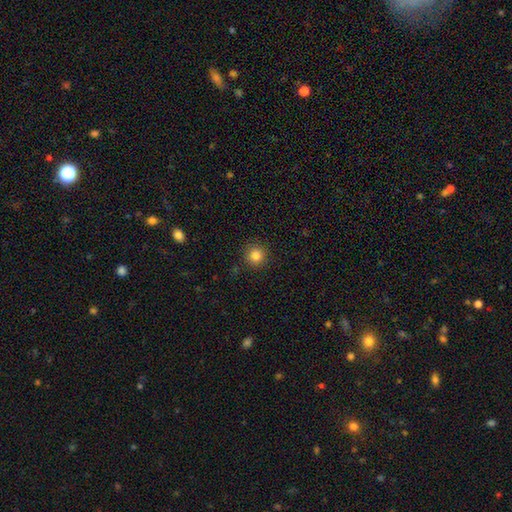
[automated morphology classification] Q: Smooth or featured?
A: smooth (84%); runner-up: star or artifact (12%)
Q: How rounded?
A: round (94%); runner-up: in between (5%)
Q: Merging?
A: none (91%); runner-up: minor disturbance (6%)